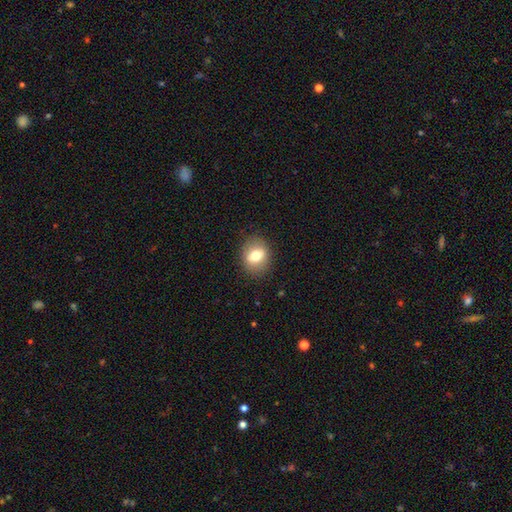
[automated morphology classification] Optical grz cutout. It shows a smooth galaxy with no disk features (68%) that is round (51%). Merging: none (86%).